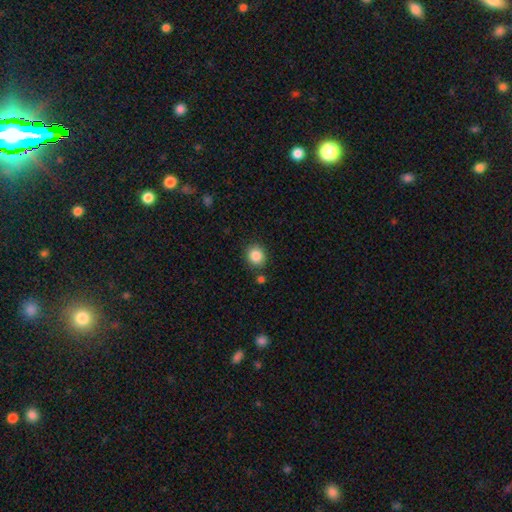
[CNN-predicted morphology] smooth_or_featured: smooth (p=0.86) [alt: star or artifact p=0.09]
how_rounded: round (p=0.82) [alt: in between p=0.17]
merging: none (p=0.85) [alt: minor disturbance p=0.08]